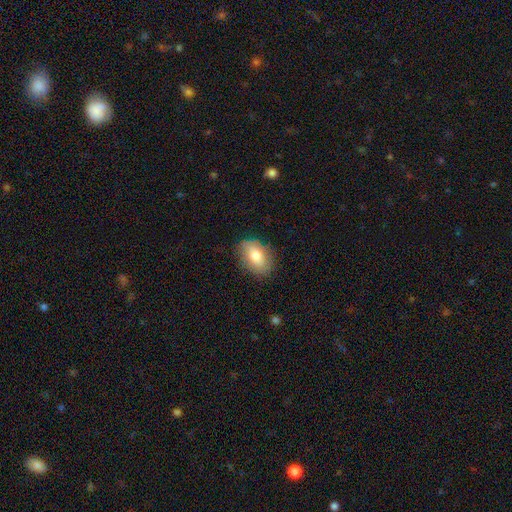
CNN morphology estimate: This appears to be a smooth galaxy with no disk features (78%) that is in between round and cigar-shaped (86%). Merging: none (79%).